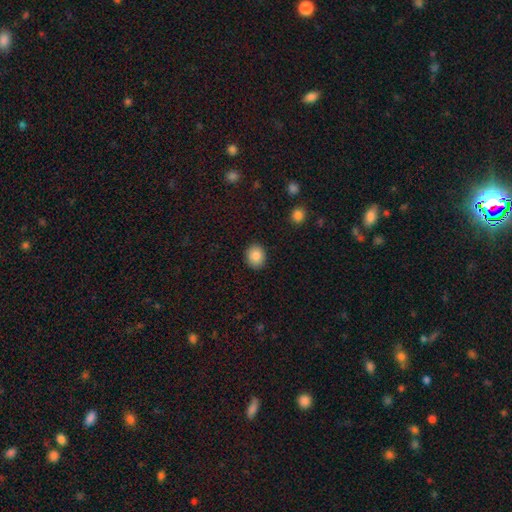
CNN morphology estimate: Q: Smooth or featured?
A: smooth (85%); runner-up: star or artifact (8%)
Q: How rounded?
A: round (70%); runner-up: in between (29%)
Q: Merging?
A: none (90%); runner-up: minor disturbance (7%)